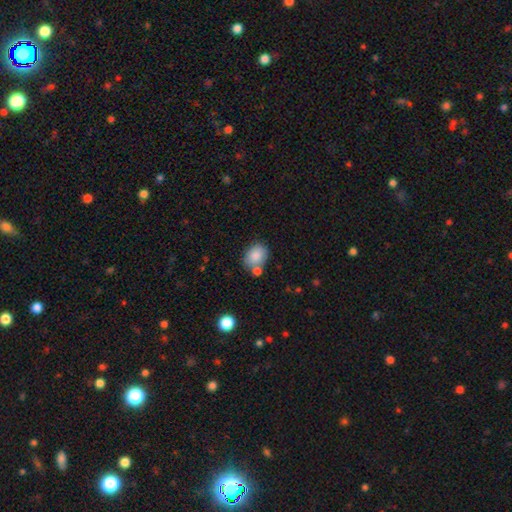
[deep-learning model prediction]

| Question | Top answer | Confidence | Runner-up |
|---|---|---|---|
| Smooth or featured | smooth | 85% | star or artifact (8%) |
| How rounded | in between | 62% | round (37%) |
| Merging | none | 61% | merger (19%) |